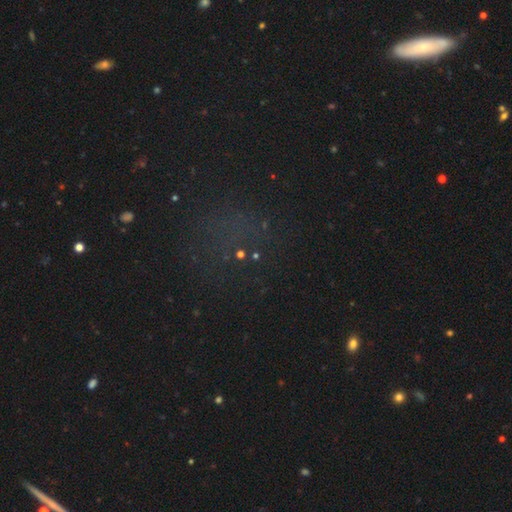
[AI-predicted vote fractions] Smooth or featured? Predicted: star or artifact (p=0.63).